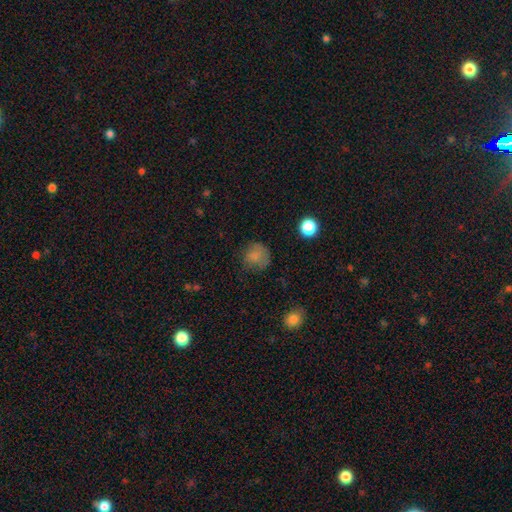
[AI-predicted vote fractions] Smooth or featured: smooth — 78% (star or artifact — 12%)
How rounded: round — 86% (in between — 13%)
Merging: none — 65% (minor disturbance — 23%)